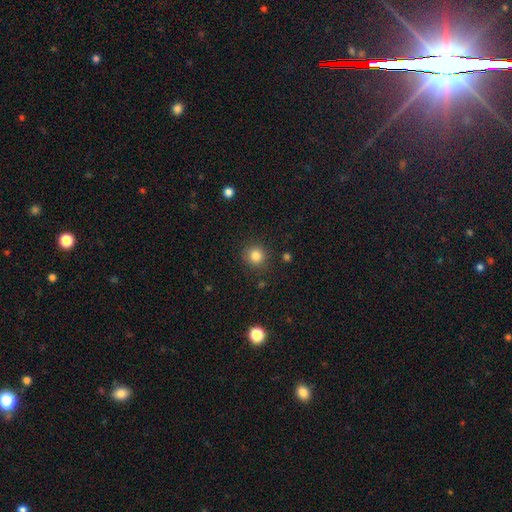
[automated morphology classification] Smooth or featured: smooth — 83% (star or artifact — 12%)
How rounded: round — 90% (in between — 9%)
Merging: none — 88% (minor disturbance — 8%)